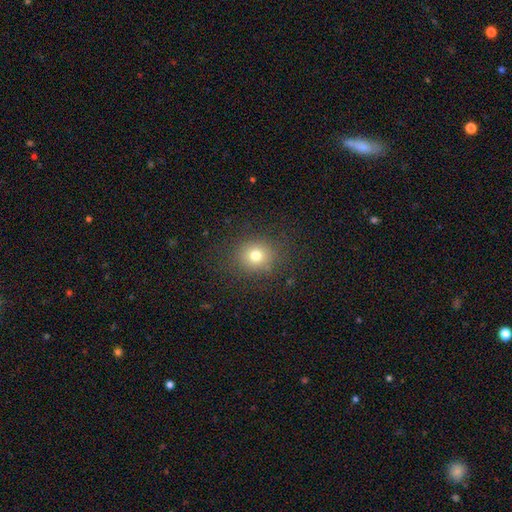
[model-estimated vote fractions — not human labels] Q: Smooth or featured?
A: smooth (75%); runner-up: star or artifact (15%)
Q: How rounded?
A: round (79%); runner-up: in between (20%)
Q: Merging?
A: none (85%); runner-up: minor disturbance (9%)